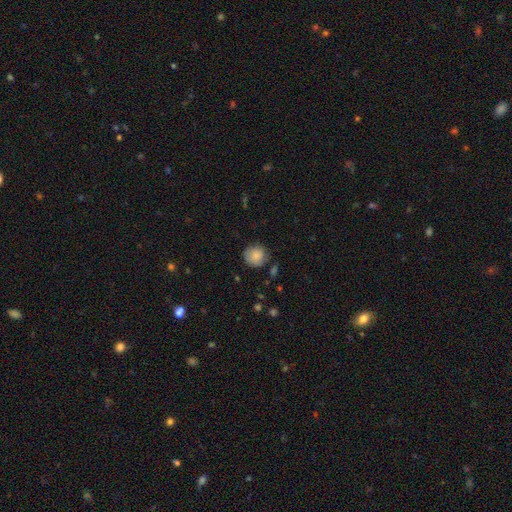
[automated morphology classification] smooth_or_featured: smooth (p=0.82) [alt: featured or disk p=0.10]
how_rounded: round (p=0.88) [alt: in between p=0.11]
merging: none (p=0.73) [alt: minor disturbance p=0.20]